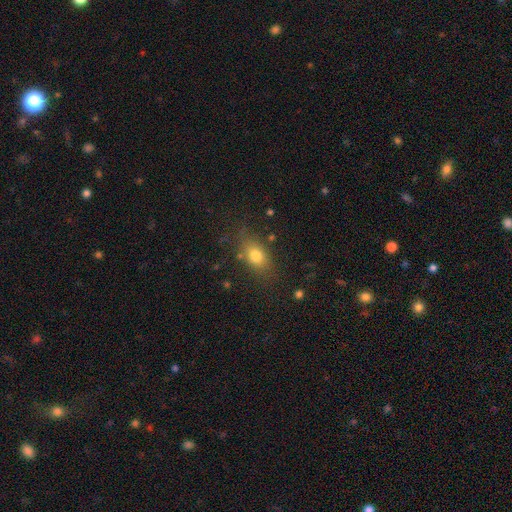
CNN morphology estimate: A smooth galaxy with no disk features (76%) that is in between round and cigar-shaped (74%). Merging: none (77%).